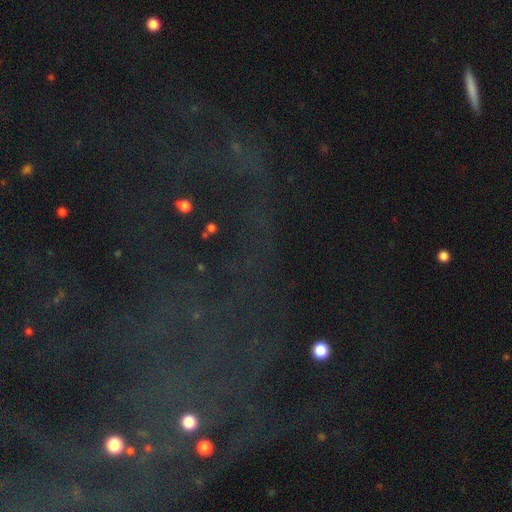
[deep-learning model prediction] Overall: star or artifact (77%).